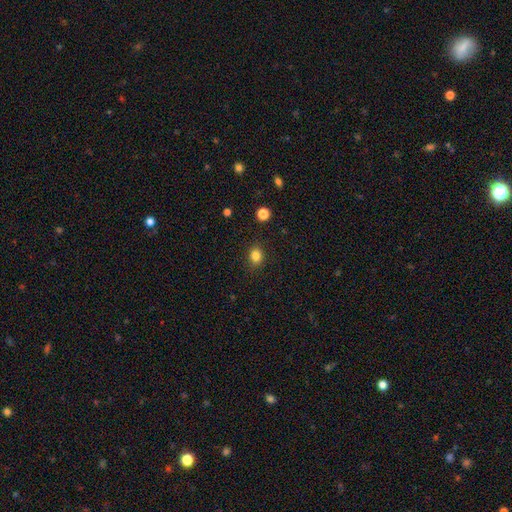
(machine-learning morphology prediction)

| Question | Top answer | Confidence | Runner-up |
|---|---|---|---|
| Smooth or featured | smooth | 83% | star or artifact (12%) |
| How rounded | round | 57% | in between (42%) |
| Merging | none | 87% | minor disturbance (9%) |